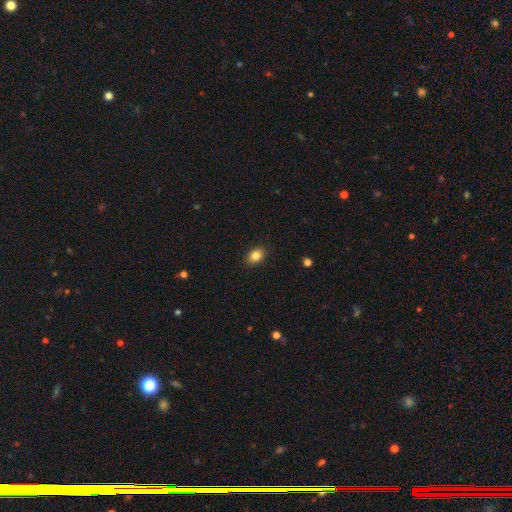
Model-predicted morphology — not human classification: smooth 85%, star or artifact 9%, featured or disk 6%. Down the decision tree: how rounded — in between (70%); merging — none (88%).